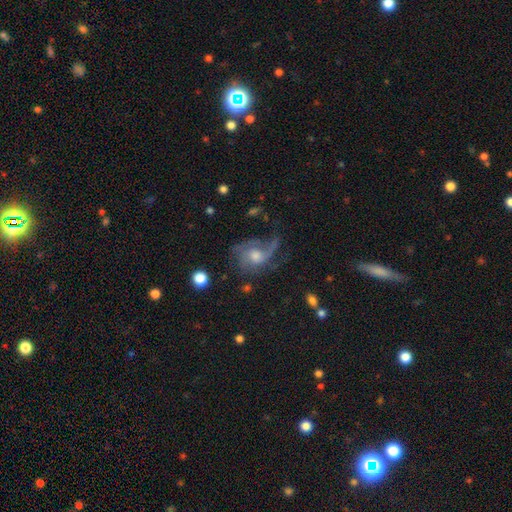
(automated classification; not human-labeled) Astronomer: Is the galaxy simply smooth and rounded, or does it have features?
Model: featured or disk — 73%.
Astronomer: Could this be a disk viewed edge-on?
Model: no — 97%.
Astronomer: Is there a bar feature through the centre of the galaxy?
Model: no — 73%.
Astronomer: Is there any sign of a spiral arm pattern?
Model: yes — 89%.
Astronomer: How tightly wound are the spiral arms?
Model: medium — 42% (runner-up: loose, 40%).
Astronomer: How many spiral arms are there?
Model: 2 — 26% (runner-up: 3, 23%).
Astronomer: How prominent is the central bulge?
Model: moderate — 62%.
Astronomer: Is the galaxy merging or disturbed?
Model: none — 46% (runner-up: major disturbance, 30%).